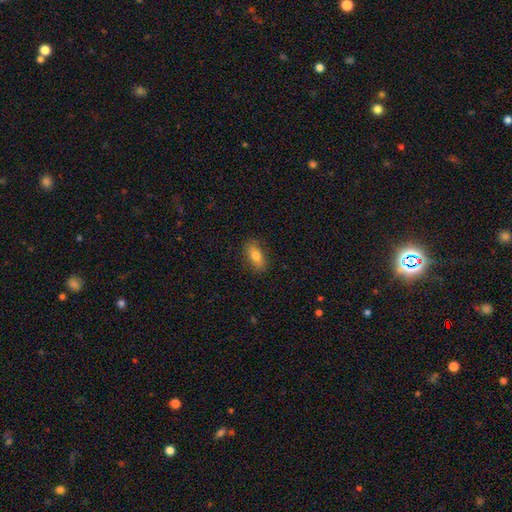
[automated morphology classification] smooth_or_featured: smooth (p=0.78) [alt: featured or disk p=0.15]
how_rounded: in between (p=0.84) [alt: cigar-shaped p=0.11]
merging: none (p=0.84) [alt: minor disturbance p=0.12]